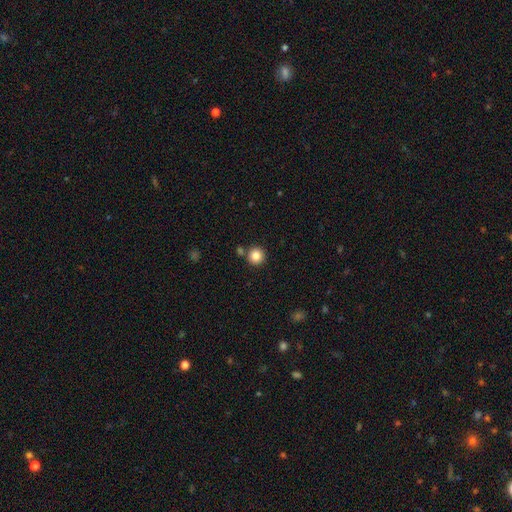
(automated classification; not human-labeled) smooth_or_featured: smooth (p=0.84) [alt: star or artifact p=0.10]
how_rounded: round (p=0.95) [alt: in between p=0.04]
merging: none (p=0.83) [alt: merger p=0.08]